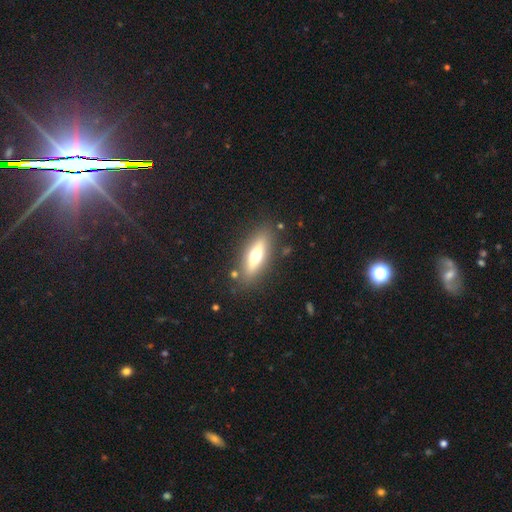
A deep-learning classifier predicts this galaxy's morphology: Smooth or featured: featured or disk — 47% (smooth — 46%)
Merging: none — 84% (minor disturbance — 10%)